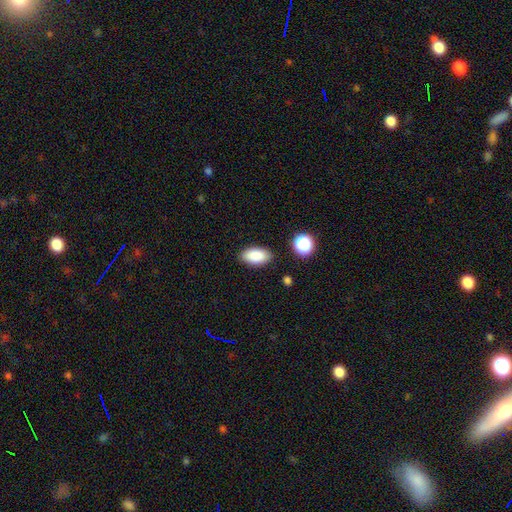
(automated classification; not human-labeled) Q: Smooth or featured?
A: smooth (87%); runner-up: star or artifact (8%)
Q: How rounded?
A: in between (93%); runner-up: round (4%)
Q: Merging?
A: none (87%); runner-up: minor disturbance (9%)